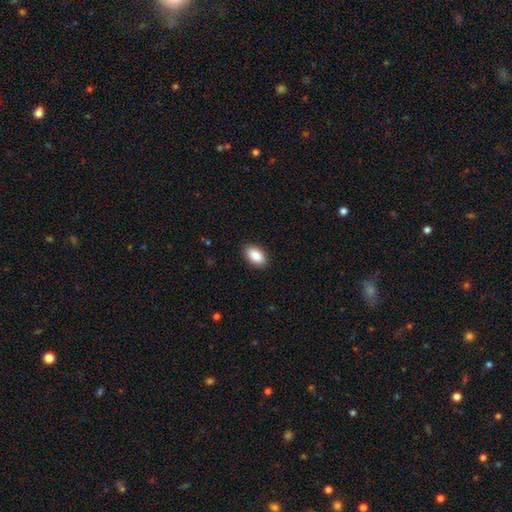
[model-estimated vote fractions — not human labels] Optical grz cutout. It shows a smooth galaxy with no disk features (88%) that is in between round and cigar-shaped (94%). Merging: none (89%).